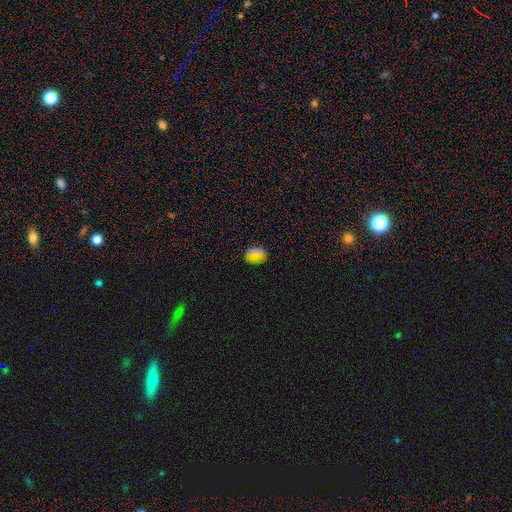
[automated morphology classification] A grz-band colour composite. It shows a smooth galaxy with no disk features (61%) that is in between round and cigar-shaped (50%). Merging: none (82%).